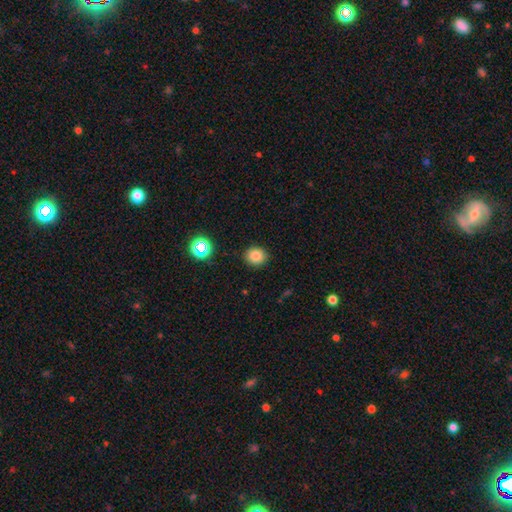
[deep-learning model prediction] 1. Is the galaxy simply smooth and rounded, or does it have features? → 81% smooth, 13% star or artifact, 6% featured or disk.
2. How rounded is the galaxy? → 84% round, 15% in between, 1% cigar-shaped.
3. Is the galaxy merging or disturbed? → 90% none, 7% minor disturbance, 2% major disturbance, 1% merger.